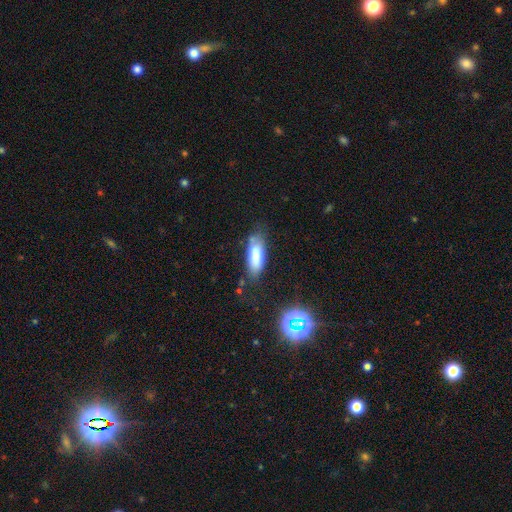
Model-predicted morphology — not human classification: Smooth or featured? smooth (78%)
How rounded? in between (72%)
Merging? none (65%)